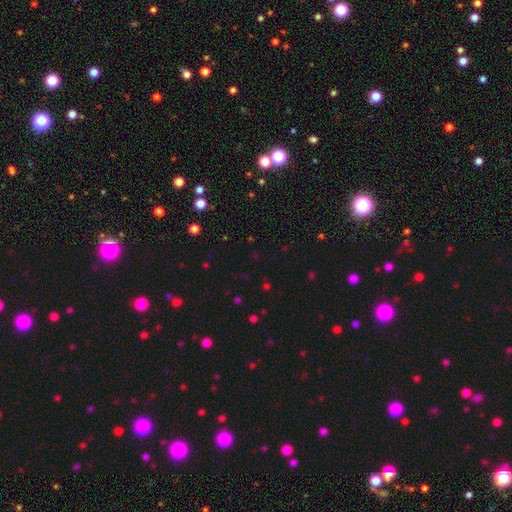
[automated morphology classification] smooth_or_featured: star or artifact (p=0.60) [alt: smooth p=0.33]